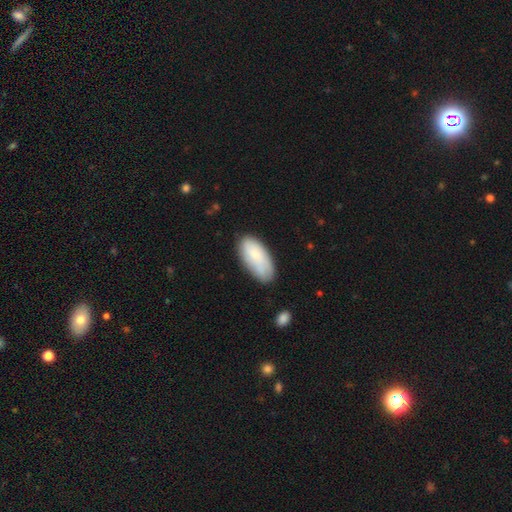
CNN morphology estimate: This is likely a smooth galaxy (77%). How rounded: clearly in between (91%). Merging: likely none (70%).